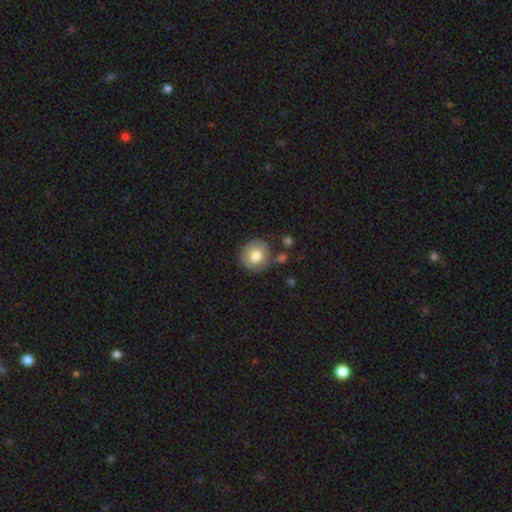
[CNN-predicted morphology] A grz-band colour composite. It shows a smooth galaxy with no disk features (73%) that is round (85%). Merging: none (77%).